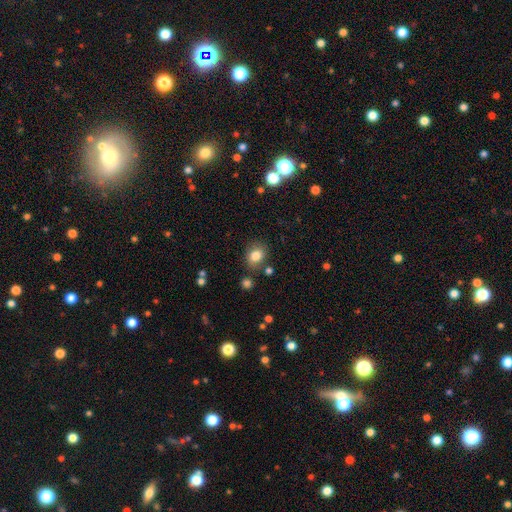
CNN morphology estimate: smooth_or_featured: smooth (p=0.82) [alt: star or artifact p=0.10]
how_rounded: round (p=0.57) [alt: in between p=0.42]
merging: none (p=0.77) [alt: minor disturbance p=0.14]